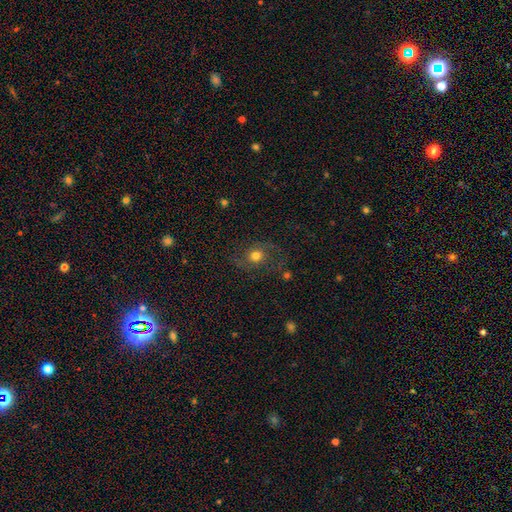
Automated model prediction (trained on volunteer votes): Smooth or featured: featured or disk — 47% (smooth — 38%)
Merging: none — 65% (minor disturbance — 18%)